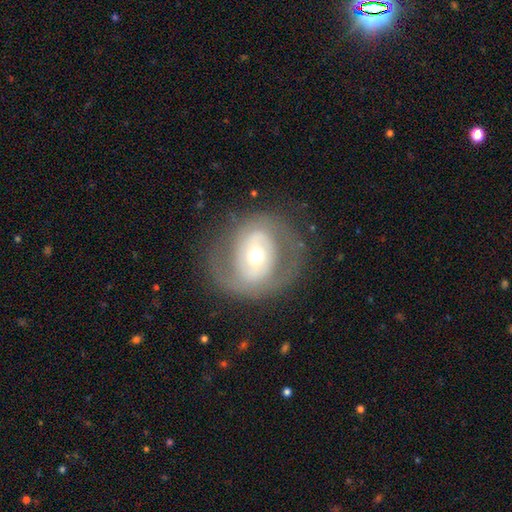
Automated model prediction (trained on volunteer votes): A featured or disk galaxy (68%) with no bar (53%), spiral arms (55%) and a moderate central bulge (59%).

Vote fractions:
- Smooth or featured? featured or disk: 68% / smooth: 25% / star or artifact: 7%
- Edge-on disk? no: 95% / yes: 5%
- Bar? no: 53% / weak: 28% / strong: 19%
- Spiral arms? yes: 55% / no: 45%
- Bulge size? moderate: 59% / small: 32% / large: 7% / dominant: 1% / none: 1%
- Merging? none: 72% / minor disturbance: 15% / major disturbance: 12% / merger: 1%